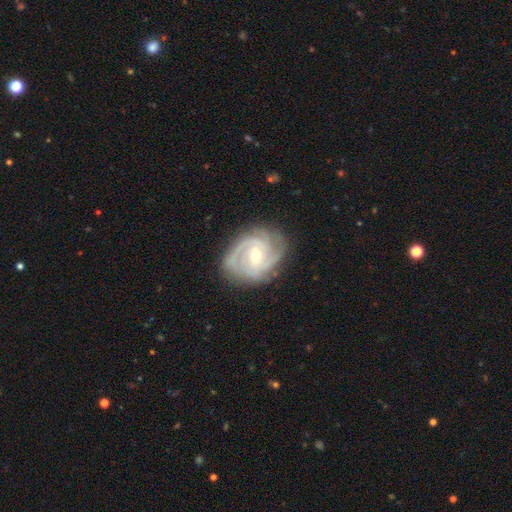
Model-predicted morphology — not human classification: Smooth or featured?
  - featured or disk: 89% *
  - smooth: 6%
  - star or artifact: 5%
Edge-on disk?
  - no: 98% *
  - yes: 2%
Bar?
  - no: 45% *
  - weak: 42%
  - strong: 13%
Spiral arms?
  - yes: 98% *
  - no: 2%
Spiral winding?
  - tight: 55% *
  - medium: 38%
  - loose: 7%
Spiral arm count?
  - 3: 39% *
  - 2: 26%
  - can't tell: 14%
  - 4: 11%
  - 1: 5%
  - more than 4: 5%
Bulge size?
  - small: 61% *
  - moderate: 36%
  - large: 1%
  - none: 1%
  - dominant: 1%
Merging?
  - none: 79% *
  - minor disturbance: 16%
  - major disturbance: 5%
  - merger: 1%